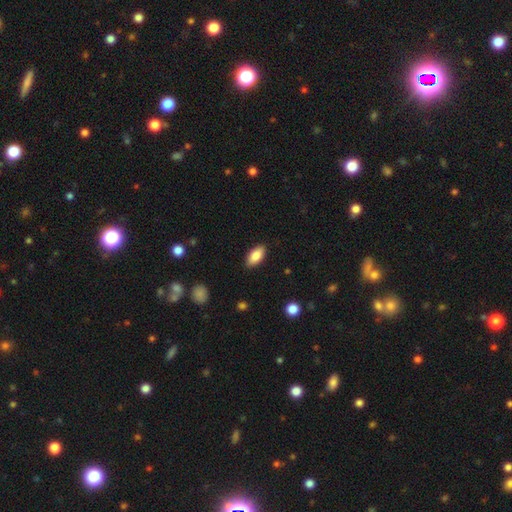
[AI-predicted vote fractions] Smooth or featured? Predicted: smooth (p=0.86). How rounded? Predicted: in between (p=0.92). Merging? Predicted: none (p=0.87).